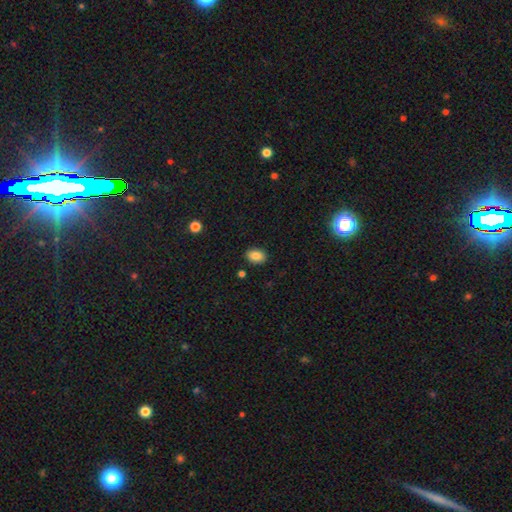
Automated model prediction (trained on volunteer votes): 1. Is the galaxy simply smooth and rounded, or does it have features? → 87% smooth, 9% star or artifact, 5% featured or disk.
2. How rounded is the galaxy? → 77% in between, 22% round, 1% cigar-shaped.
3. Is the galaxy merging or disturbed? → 88% none, 8% minor disturbance, 2% major disturbance, 2% merger.